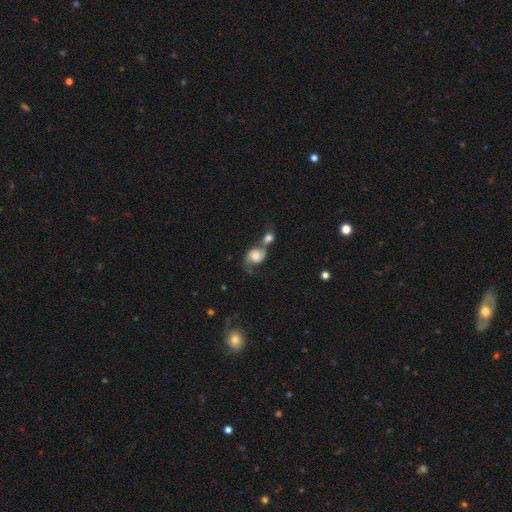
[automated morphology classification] A smooth galaxy with no disk features (46%).

Vote fractions:
- Smooth or featured? smooth: 46% / featured or disk: 45% / star or artifact: 9%
- Merging? merger: 57% / none: 20% / major disturbance: 12% / minor disturbance: 11%